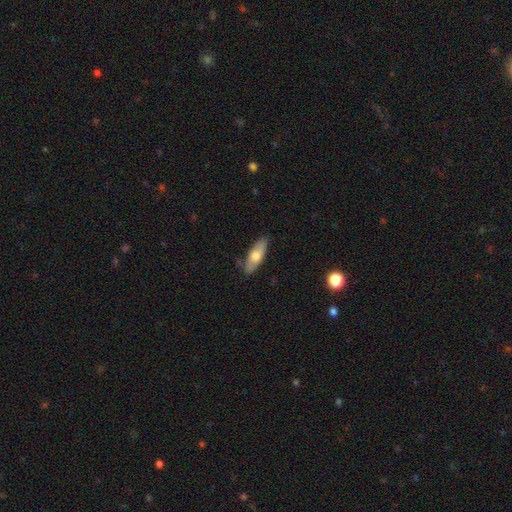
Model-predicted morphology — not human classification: This appears to be a smooth galaxy with no disk features (64%) that is in between round and cigar-shaped (58%). Merging: none (82%).